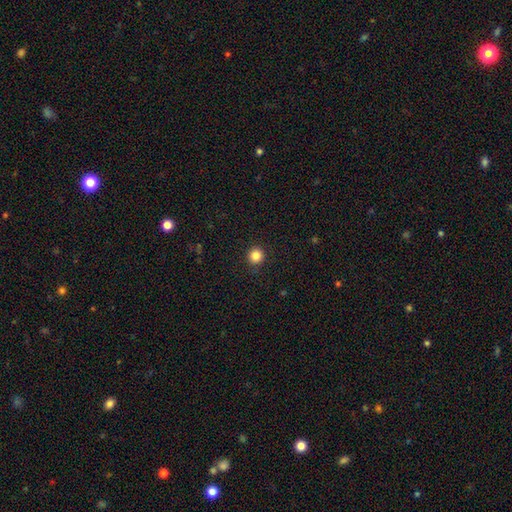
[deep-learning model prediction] smooth_or_featured: smooth (p=0.85) [alt: star or artifact p=0.11]
how_rounded: round (p=0.94) [alt: in between p=0.05]
merging: none (p=0.91) [alt: minor disturbance p=0.06]